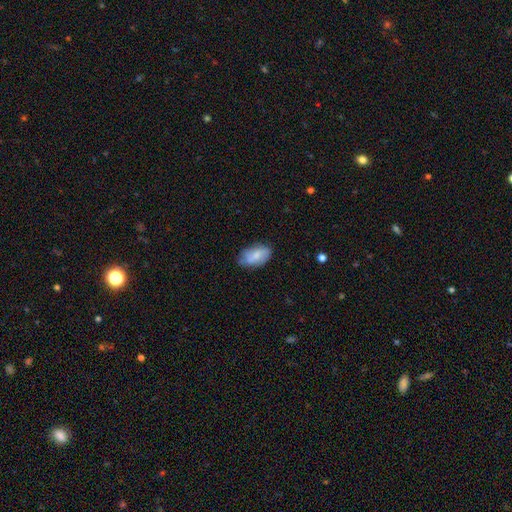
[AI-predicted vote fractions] A smooth galaxy with no disk features (63%) that is in between round and cigar-shaped (92%).

Vote fractions:
- Smooth or featured? smooth: 63% / featured or disk: 30% / star or artifact: 7%
- How rounded? in between: 92% / round: 5% / cigar-shaped: 2%
- Merging? none: 66% / minor disturbance: 26% / major disturbance: 6% / merger: 2%